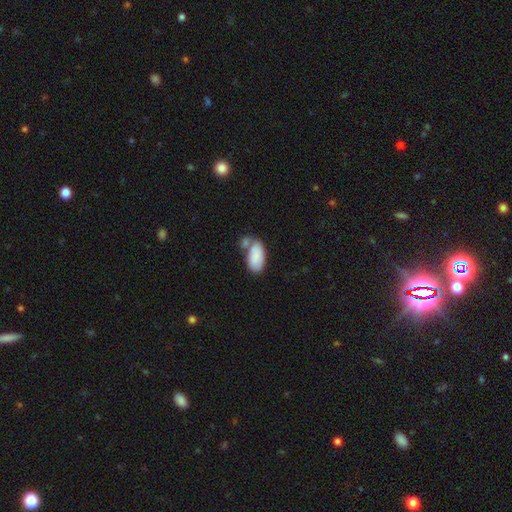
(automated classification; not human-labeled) A smooth galaxy with no disk features (85%) that is in between round and cigar-shaped (94%). Merging: none (40%).